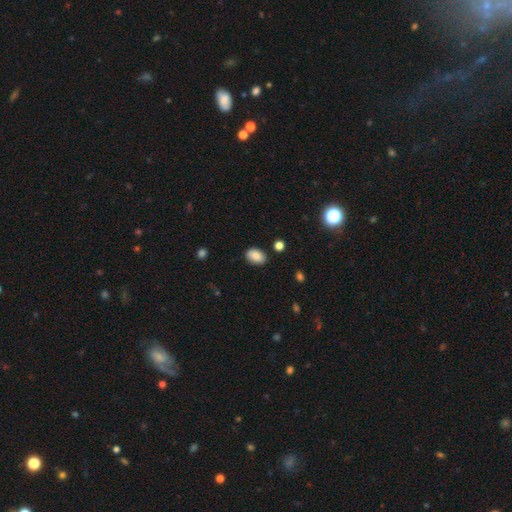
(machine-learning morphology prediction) A smooth galaxy with no disk features (86%) that is in between round and cigar-shaped (85%). Merging: none (86%).